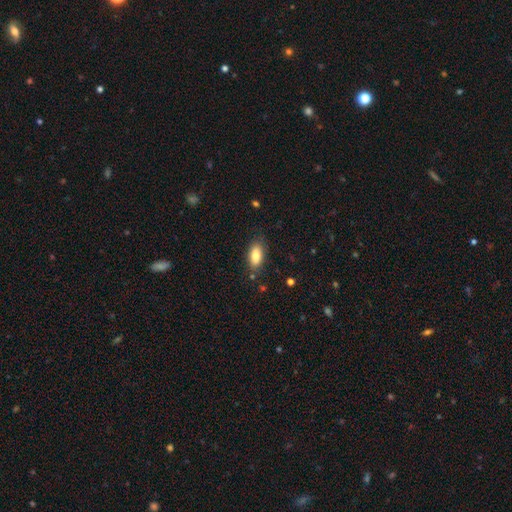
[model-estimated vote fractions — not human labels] A smooth galaxy with no disk features (82%) that is in between round and cigar-shaped (88%).

Vote fractions:
- Smooth or featured? smooth: 82% / featured or disk: 10% / star or artifact: 7%
- How rounded? in between: 88% / cigar-shaped: 8% / round: 3%
- Merging? none: 81% / minor disturbance: 13% / major disturbance: 3% / merger: 2%